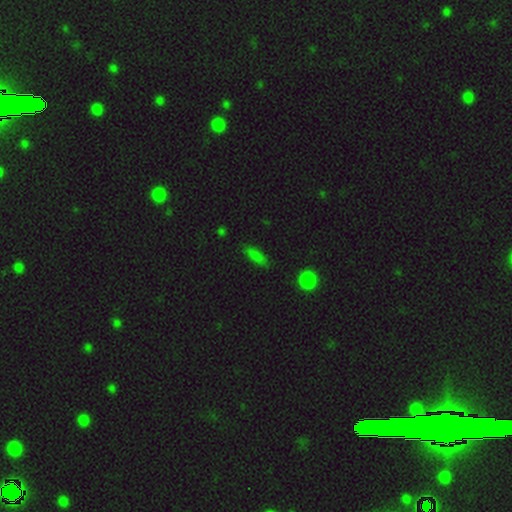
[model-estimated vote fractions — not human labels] Overall: smooth (78%). How rounded: in between (59%; cigar-shaped 36%). Merging: none (82%).